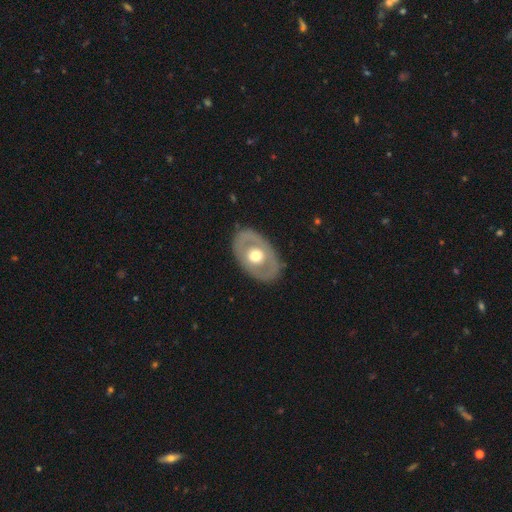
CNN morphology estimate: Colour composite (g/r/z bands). It shows a featured or disk galaxy (55%). Merging: none (84%).